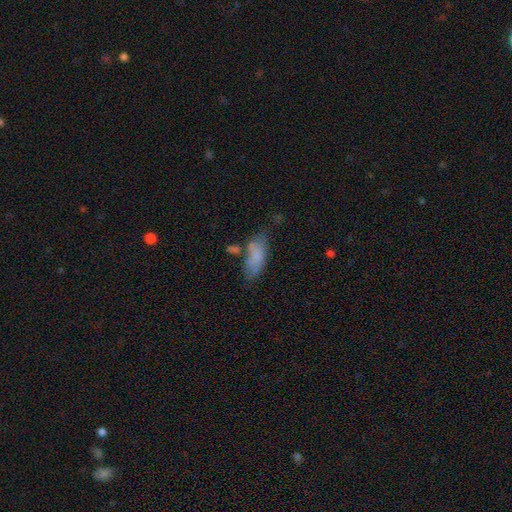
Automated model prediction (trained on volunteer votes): Smooth or featured? smooth (73%)
How rounded? in between (81%)
Merging? none (44%)